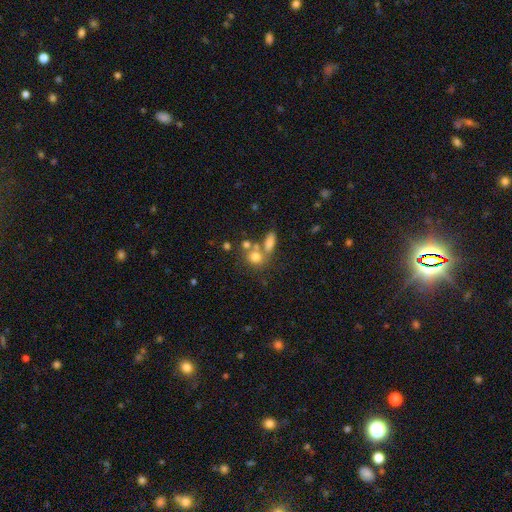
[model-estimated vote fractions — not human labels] Smooth or featured? smooth (72%)
How rounded? round (64%)
Merging? none (46%)